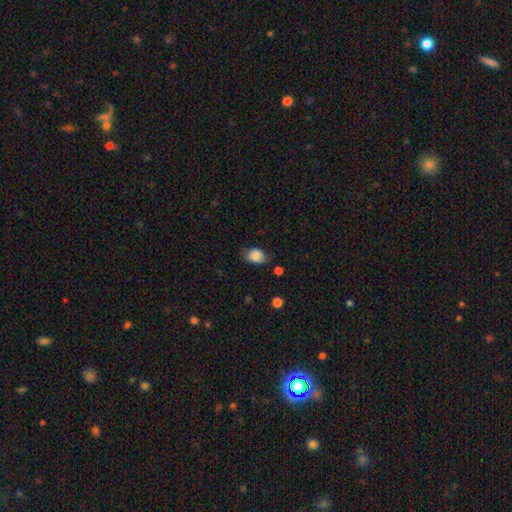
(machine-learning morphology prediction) The model was most divided on "merging": none: 64%, minor disturbance: 27%, major disturbance: 7%, merger: 2%. More confident: smooth or featured — smooth (82%); how rounded — in between (73%).